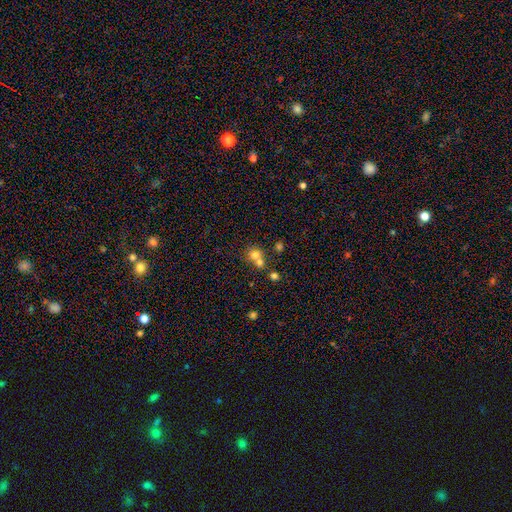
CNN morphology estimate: Smooth or featured? Predicted: smooth (p=0.70). How rounded? Predicted: round (p=0.81). Merging? Predicted: merger (p=0.54).